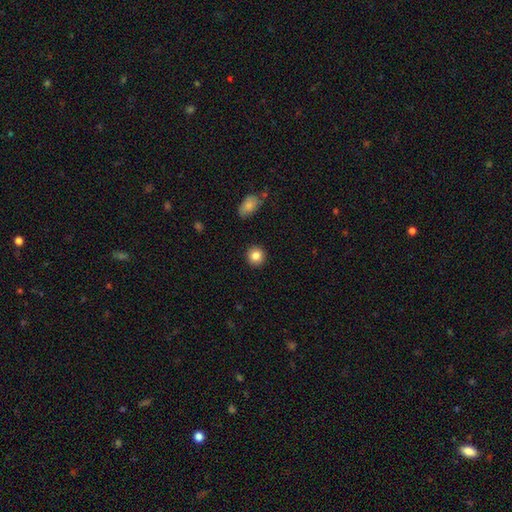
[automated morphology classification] Q: Smooth or featured?
A: smooth (85%); runner-up: star or artifact (9%)
Q: How rounded?
A: round (91%); runner-up: in between (8%)
Q: Merging?
A: none (91%); runner-up: minor disturbance (6%)